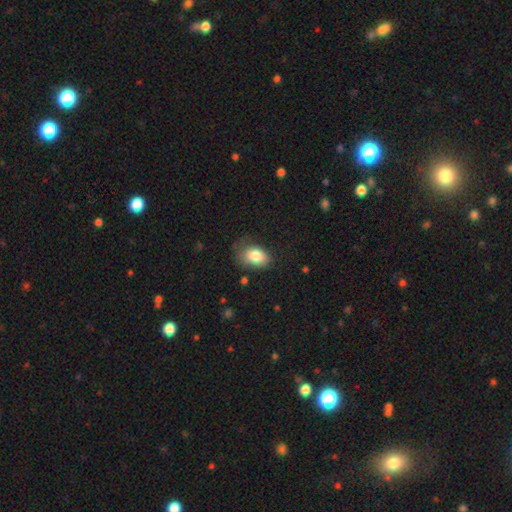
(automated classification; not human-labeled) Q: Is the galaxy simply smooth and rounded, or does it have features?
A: smooth — 81%.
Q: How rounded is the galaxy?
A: in between — 80%.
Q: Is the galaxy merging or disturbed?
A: none — 52%.